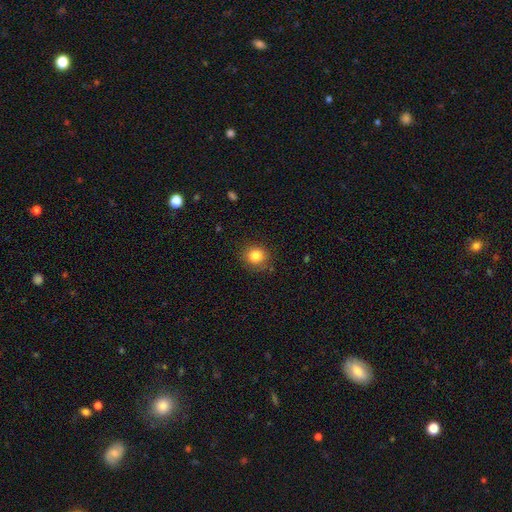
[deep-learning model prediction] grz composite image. It shows a smooth galaxy with no disk features (84%) that is round (85%). Merging: none (84%).